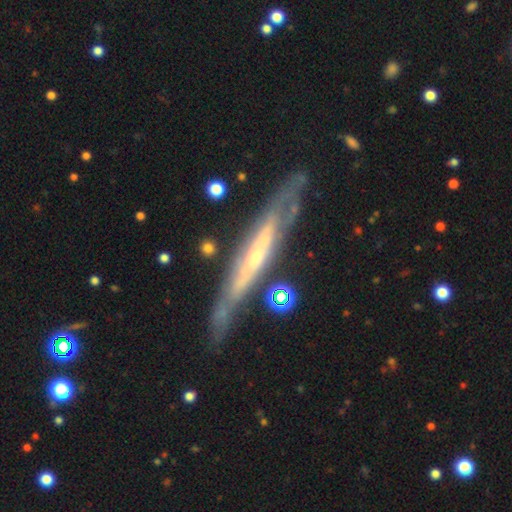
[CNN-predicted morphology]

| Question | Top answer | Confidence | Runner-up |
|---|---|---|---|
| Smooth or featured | featured or disk | 79% | smooth (15%) |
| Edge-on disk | yes | 68% | no (32%) |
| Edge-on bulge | none | 51% | rounded (42%) |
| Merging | none | 71% | minor disturbance (19%) |